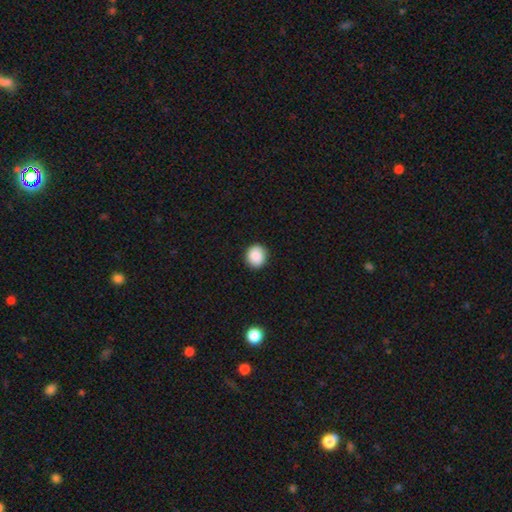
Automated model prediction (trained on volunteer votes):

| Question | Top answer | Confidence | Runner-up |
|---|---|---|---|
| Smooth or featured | smooth | 89% | star or artifact (8%) |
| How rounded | round | 85% | in between (14%) |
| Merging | none | 90% | minor disturbance (7%) |